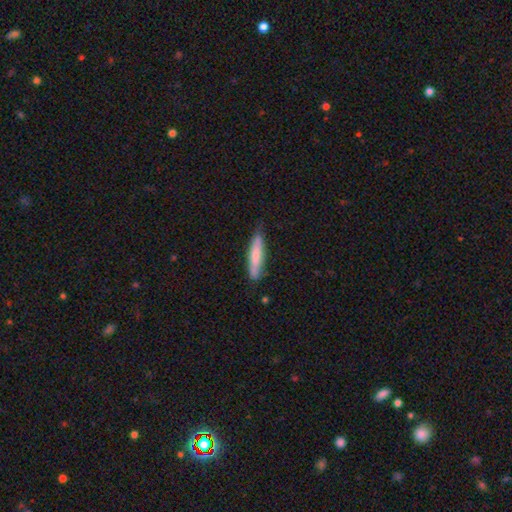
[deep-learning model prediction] The model was most divided on "smooth or featured": smooth: 73%, featured or disk: 22%, star or artifact: 5%. More confident: how rounded — cigar-shaped (85%); merging — none (76%).